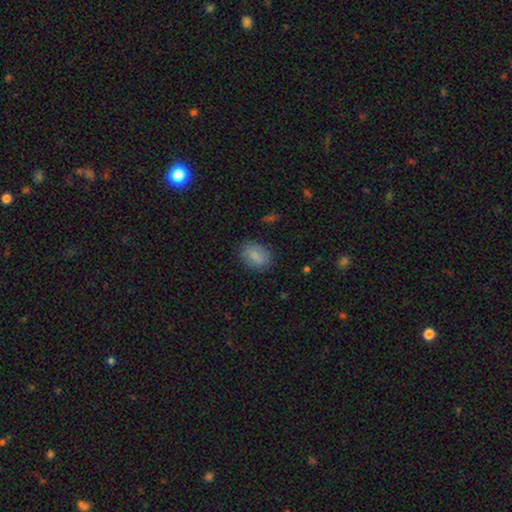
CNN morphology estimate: Smooth or featured? Predicted: smooth (p=0.84). How rounded? Predicted: in between (p=0.79). Merging? Predicted: none (p=0.82).